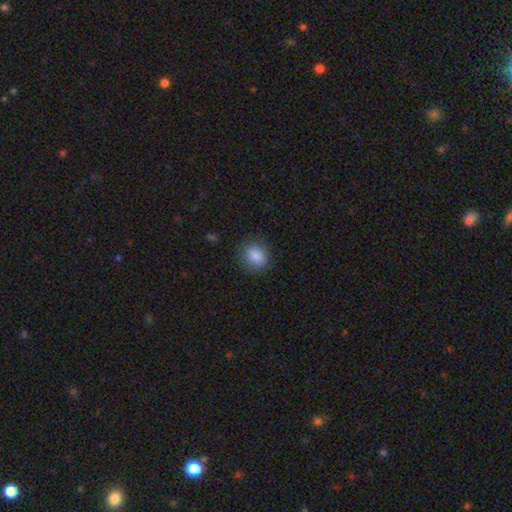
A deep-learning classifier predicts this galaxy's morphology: A smooth galaxy with no disk features (87%) that is round (66%). Merging: none (83%).